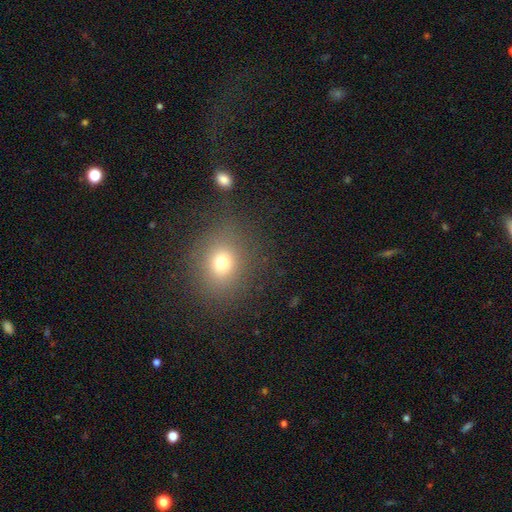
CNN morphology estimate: Smooth or featured? Predicted: smooth (p=0.65). How rounded? Predicted: round (p=0.72). Merging? Predicted: none (p=0.76).